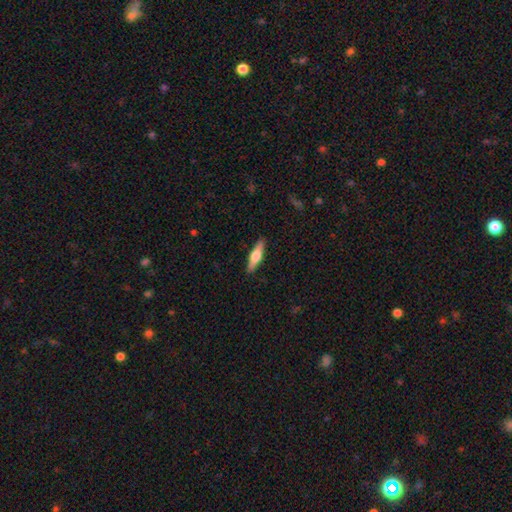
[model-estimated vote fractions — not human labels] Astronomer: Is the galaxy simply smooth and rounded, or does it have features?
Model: smooth — 47%, tied with featured or disk at 47%.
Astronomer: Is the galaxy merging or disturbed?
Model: none — 90%.